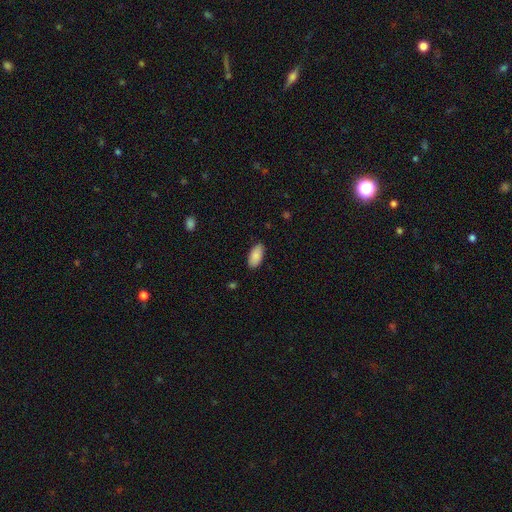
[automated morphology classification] smooth 89%, star or artifact 6%, featured or disk 4%. Down the decision tree: how rounded — in between (94%); merging — none (86%).